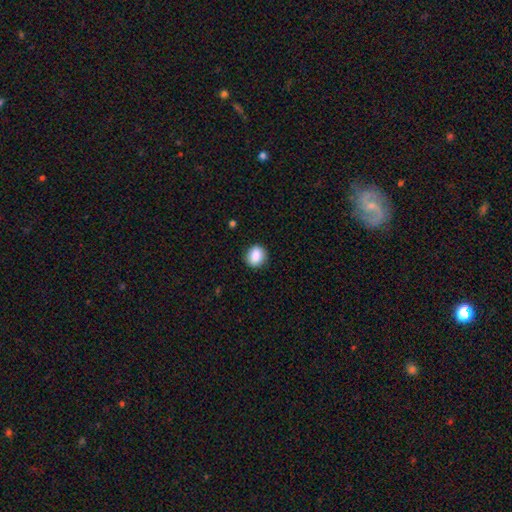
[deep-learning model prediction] smooth-or-featured: smooth: 86% | star or artifact: 8% | featured or disk: 5%
  how-rounded: round: 69% | in between: 30% | cigar-shaped: 1%
  merging: none: 88% | minor disturbance: 9% | major disturbance: 2% | merger: 1%